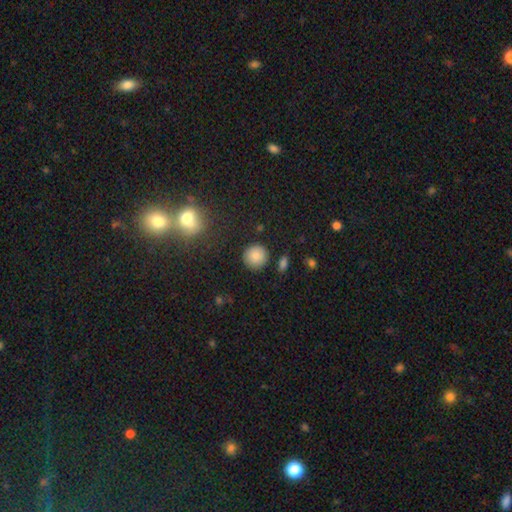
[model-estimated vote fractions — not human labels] Smooth or featured? Predicted: smooth (p=0.85). How rounded? Predicted: round (p=0.93). Merging? Predicted: none (p=0.88).